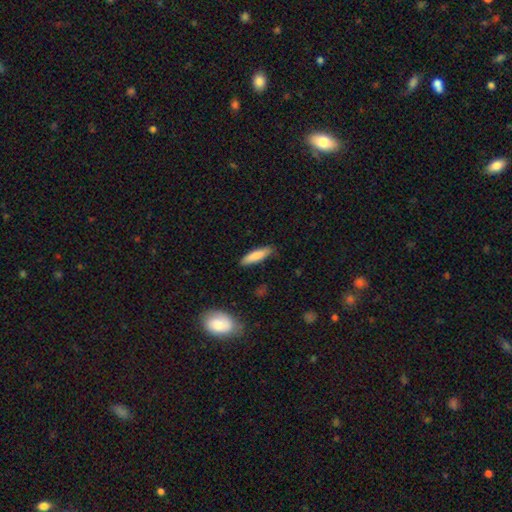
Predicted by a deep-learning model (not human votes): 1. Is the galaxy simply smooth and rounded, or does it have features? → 83% smooth, 11% featured or disk, 6% star or artifact.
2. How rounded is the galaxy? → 71% cigar-shaped, 28% in between, 2% round.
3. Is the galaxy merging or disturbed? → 84% none, 12% minor disturbance, 2% major disturbance, 2% merger.